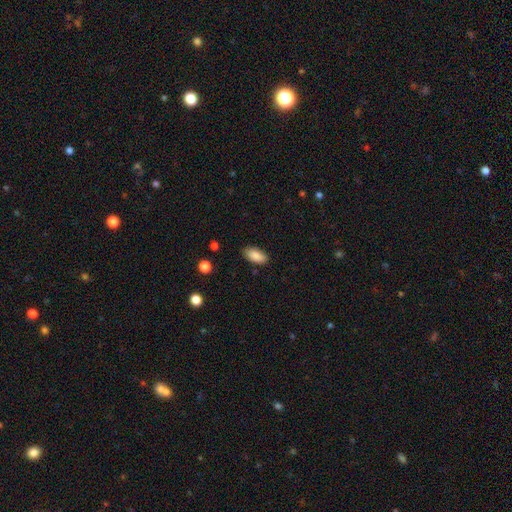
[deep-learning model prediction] smooth_or_featured: smooth (p=0.88) [alt: star or artifact p=0.07]
how_rounded: in between (p=0.91) [alt: cigar-shaped p=0.06]
merging: none (p=0.85) [alt: minor disturbance p=0.11]